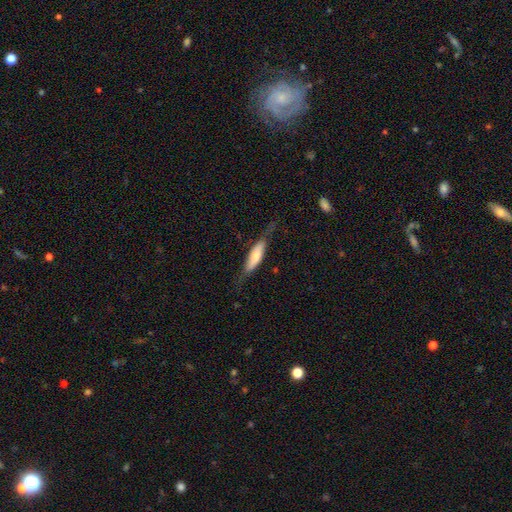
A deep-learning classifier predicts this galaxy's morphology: Smooth or featured? smooth (54%)
How rounded? cigar-shaped (65%)
Merging? none (62%)